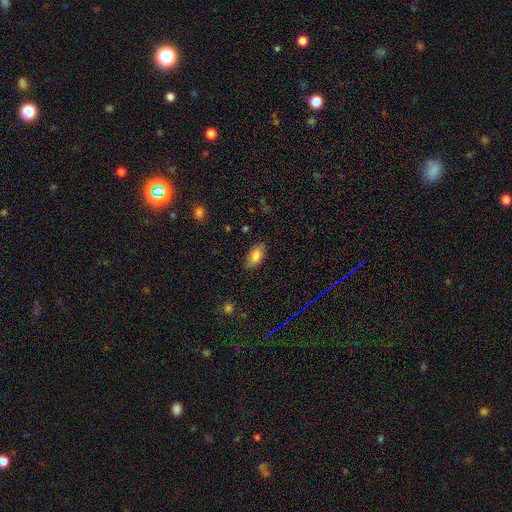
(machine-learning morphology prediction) Q: Smooth or featured?
A: smooth (84%); runner-up: featured or disk (9%)
Q: How rounded?
A: in between (92%); runner-up: cigar-shaped (5%)
Q: Merging?
A: none (83%); runner-up: minor disturbance (13%)